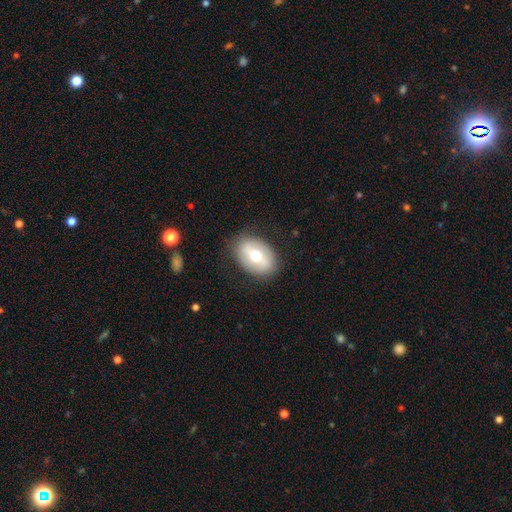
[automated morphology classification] Smooth or featured? Predicted: smooth (p=0.55). How rounded? Predicted: in between (p=0.75). Merging? Predicted: none (p=0.84).